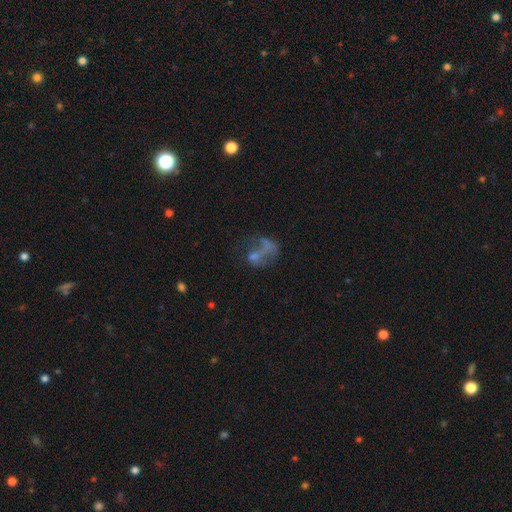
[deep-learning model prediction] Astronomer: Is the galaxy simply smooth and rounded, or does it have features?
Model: featured or disk — 43% (runner-up: smooth, 34%).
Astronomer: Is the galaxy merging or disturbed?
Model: major disturbance — 32% (runner-up: none, 29%).